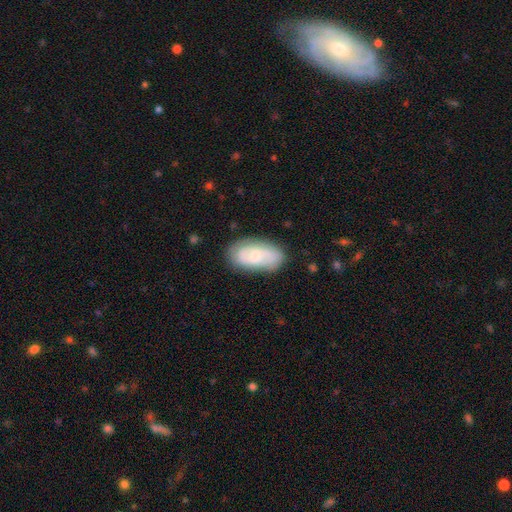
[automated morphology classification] This appears to be a featured or disk galaxy (47%). Merging: none (74%).